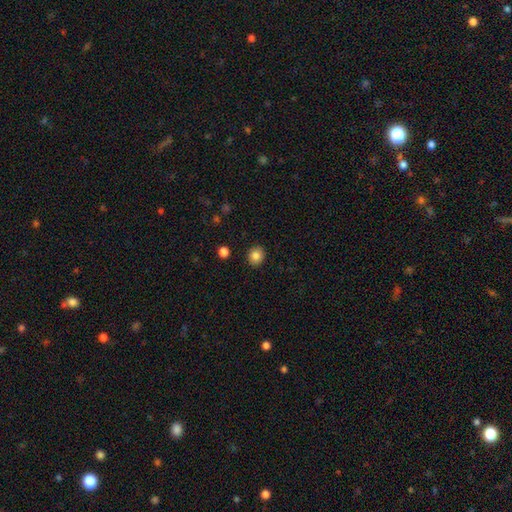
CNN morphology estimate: type=smooth (84%); roundness=round (76%); merging=none (90%).